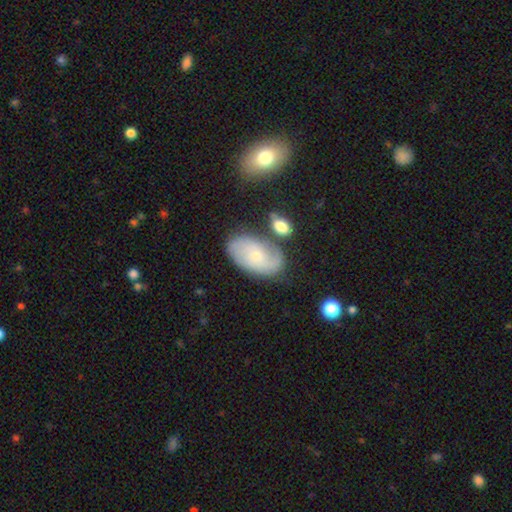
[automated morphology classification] A featured or disk galaxy (59%) with no bar (75%), spiral arms (81%) and a small central bulge (70%). Merging: none (67%).